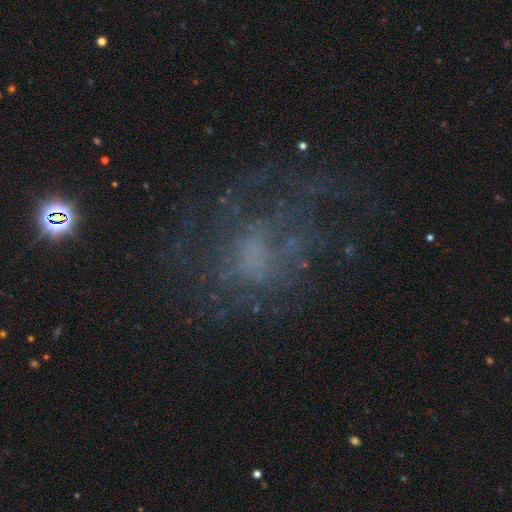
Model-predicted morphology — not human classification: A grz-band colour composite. It shows a featured or disk galaxy (56%) with no bar (77%), no spiral arms (55%) and no central bulge (43%). Merging: none (53%).